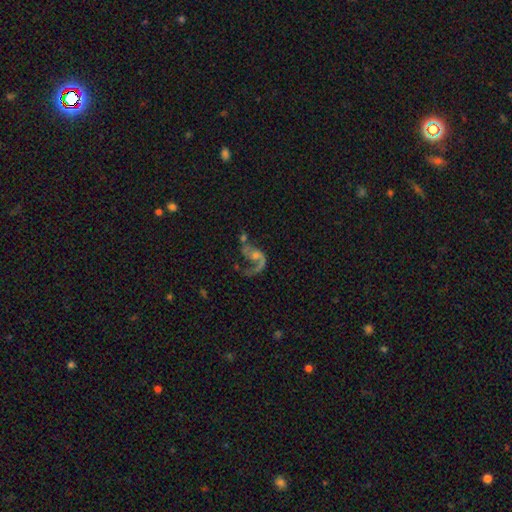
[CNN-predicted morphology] smooth-or-featured: featured or disk: 78% | smooth: 12% | star or artifact: 10%
  disk-edge-on: no: 97% | yes: 3%
    bar: no: 63% | weak: 29% | strong: 8%
    has-spiral-arms: yes: 88% | no: 12%
      spiral-winding: loose: 67% | medium: 26% | tight: 6%
      spiral-arm-count: 1: 48% | 2: 46% | can't tell: 3% | 3: 1% | 4: 1% | more than 4: 1%
    bulge-size: small: 46% | moderate: 31% | none: 17% | large: 4% | dominant: 2%
  merging: none: 36% | major disturbance: 35% | merger: 15% | minor disturbance: 14%